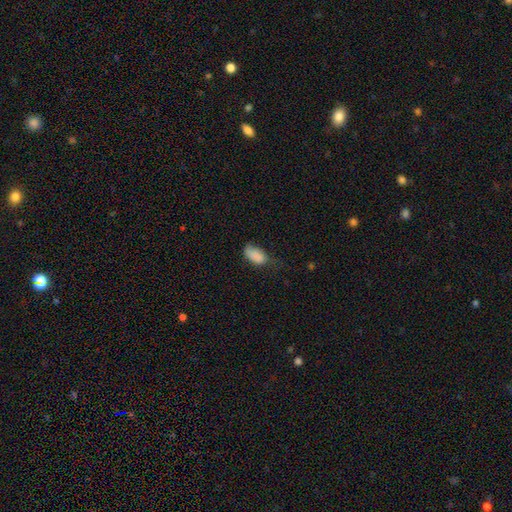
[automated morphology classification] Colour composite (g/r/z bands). It shows a smooth galaxy with no disk features (85%) that is in between round and cigar-shaped (93%). Merging: minor disturbance (40%).